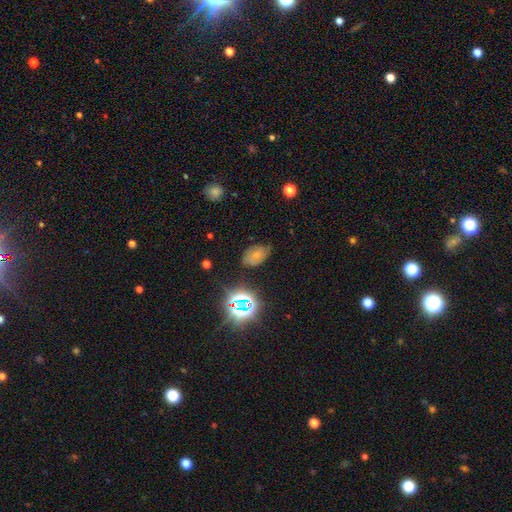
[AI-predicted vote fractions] Smooth or featured? Predicted: smooth (p=0.57). How rounded? Predicted: in between (p=0.88). Merging? Predicted: none (p=0.65).